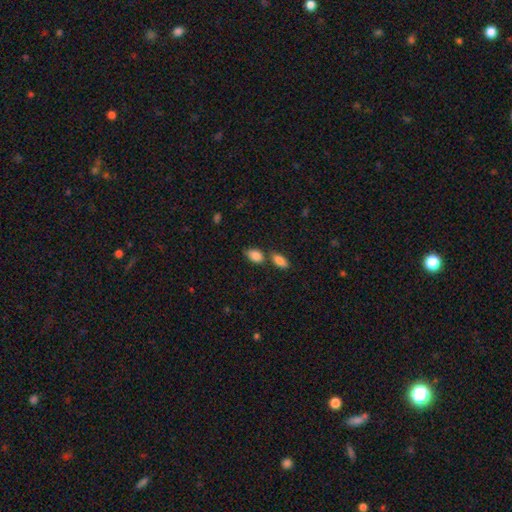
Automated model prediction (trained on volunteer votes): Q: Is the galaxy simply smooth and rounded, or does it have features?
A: smooth — 86%.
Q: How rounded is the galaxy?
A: in between — 88%.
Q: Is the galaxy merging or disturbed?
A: none — 54%.